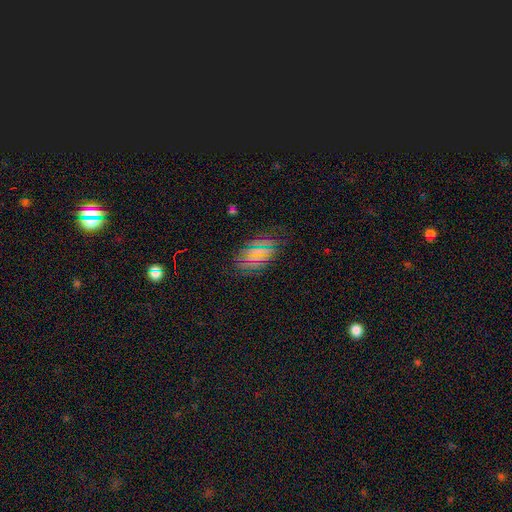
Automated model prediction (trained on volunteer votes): A smooth galaxy with no disk features (48%).

Vote fractions:
- Smooth or featured? smooth: 48% / star or artifact: 34% / featured or disk: 18%
- Merging? none: 77% / minor disturbance: 15% / major disturbance: 6% / merger: 2%